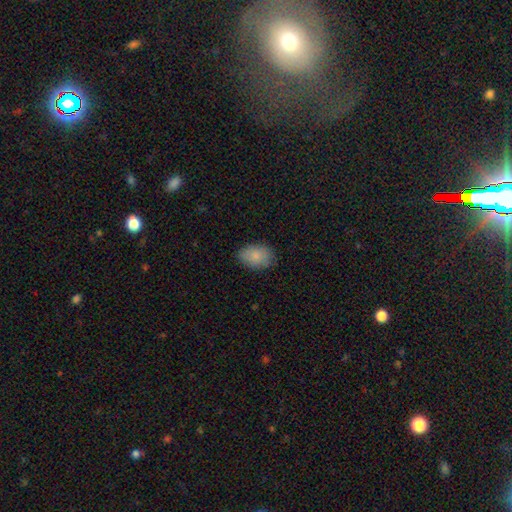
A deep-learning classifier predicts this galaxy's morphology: This appears to be a smooth galaxy with no disk features (84%) that is in between round and cigar-shaped (85%). Merging: none (80%).